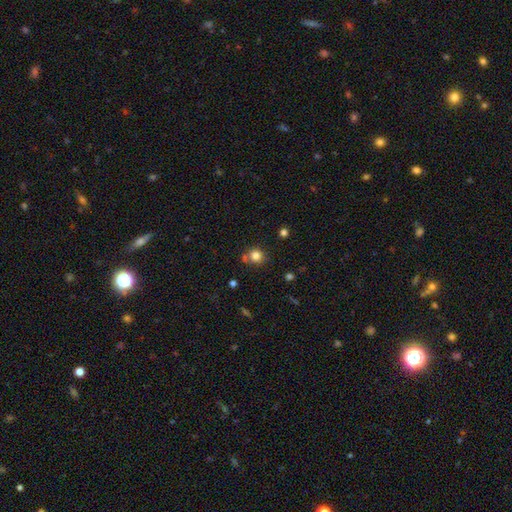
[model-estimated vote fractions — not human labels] Q: Smooth or featured?
A: smooth (81%); runner-up: star or artifact (13%)
Q: How rounded?
A: round (88%); runner-up: in between (11%)
Q: Merging?
A: none (71%); runner-up: merger (13%)